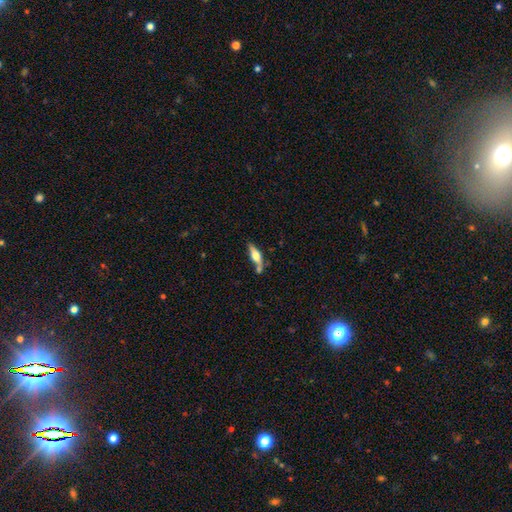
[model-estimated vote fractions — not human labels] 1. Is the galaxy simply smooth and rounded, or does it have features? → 48% smooth, 45% featured or disk, 7% star or artifact.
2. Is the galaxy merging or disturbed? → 58% none, 19% merger, 18% minor disturbance, 6% major disturbance.